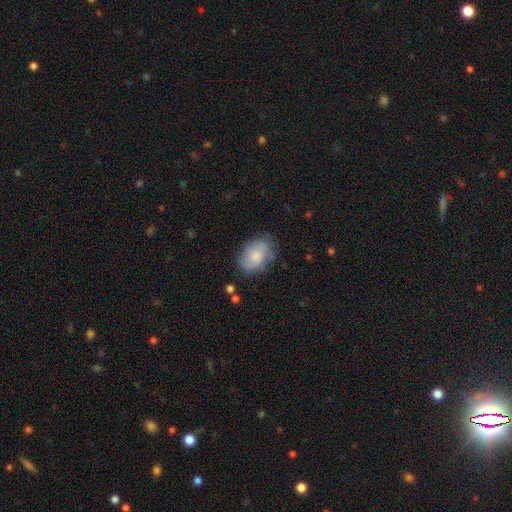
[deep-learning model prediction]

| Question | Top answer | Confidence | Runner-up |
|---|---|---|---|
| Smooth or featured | smooth | 69% | featured or disk (24%) |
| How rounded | in between | 81% | round (18%) |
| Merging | none | 67% | minor disturbance (23%) |